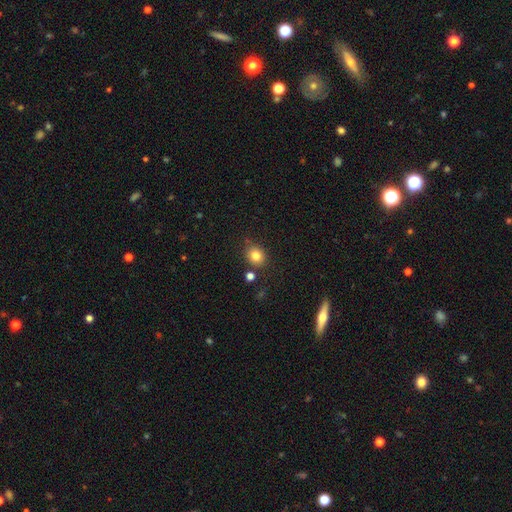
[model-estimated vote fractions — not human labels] The model was most divided on "how rounded": round: 73%, in between: 26%, cigar-shaped: 1%. More confident: smooth or featured — smooth (81%); merging — none (78%).